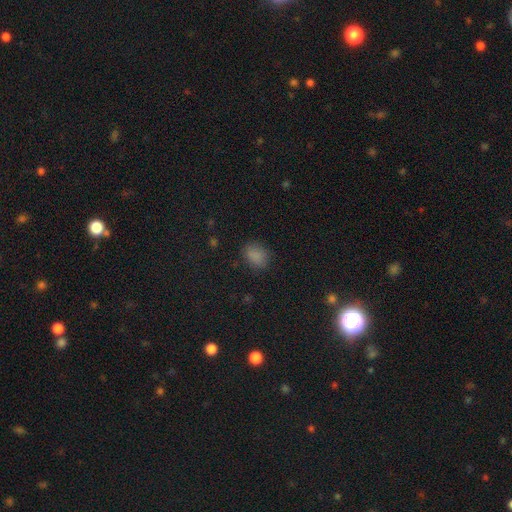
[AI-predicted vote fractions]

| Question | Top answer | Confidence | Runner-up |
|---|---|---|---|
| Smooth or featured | smooth | 82% | star or artifact (13%) |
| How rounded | in between | 58% | round (41%) |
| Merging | none | 79% | minor disturbance (15%) |